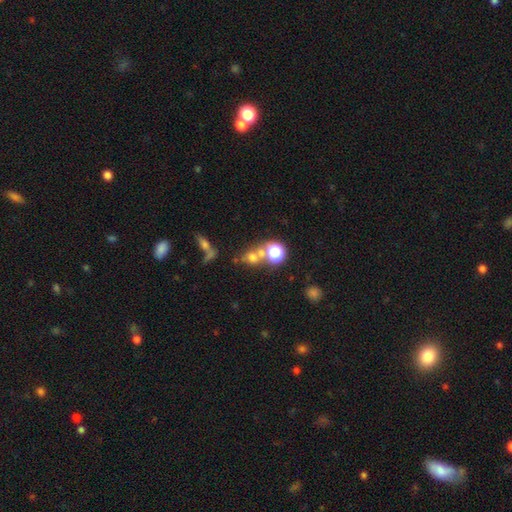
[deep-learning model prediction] Q: Smooth or featured?
A: smooth (57%); runner-up: star or artifact (27%)
Q: How rounded?
A: round (75%); runner-up: in between (23%)
Q: Merging?
A: none (46%); runner-up: merger (39%)